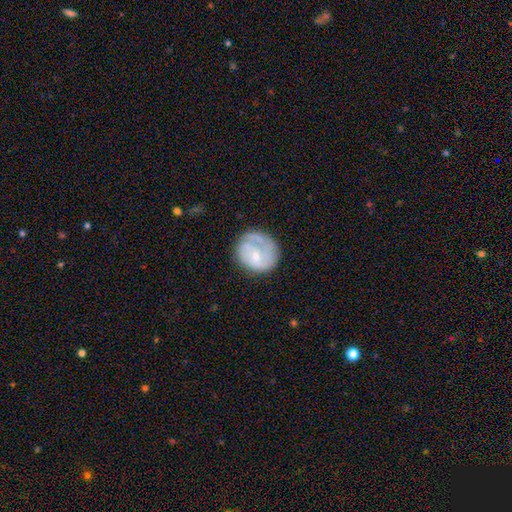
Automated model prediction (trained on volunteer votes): This is possibly a smooth galaxy (48%). Merging: possibly none (58%).